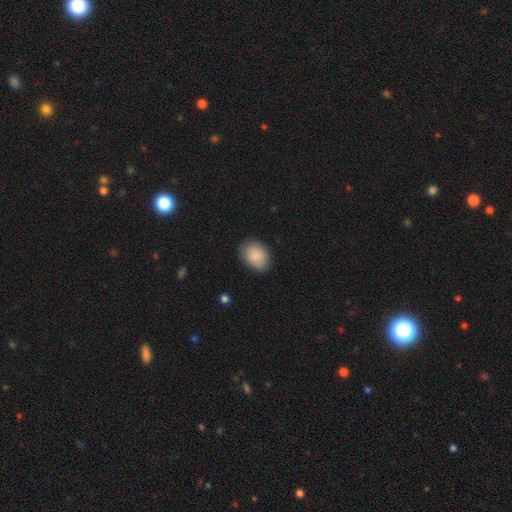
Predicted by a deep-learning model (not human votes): smooth-or-featured: smooth: 87% | star or artifact: 7% | featured or disk: 6%
  how-rounded: in between: 75% | round: 24% | cigar-shaped: 1%
  merging: none: 85% | minor disturbance: 12% | major disturbance: 3% | merger: 1%